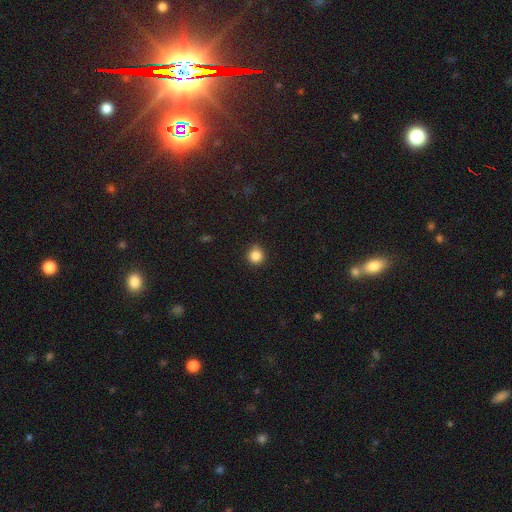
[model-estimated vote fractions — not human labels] This appears to be a smooth galaxy with no disk features (85%) that is round (93%). Merging: none (84%).